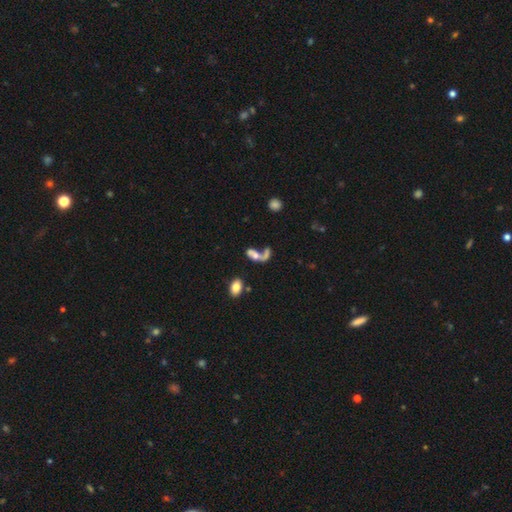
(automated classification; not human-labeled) smooth-or-featured: smooth: 44% | featured or disk: 42% | star or artifact: 14%
  merging: merger: 47% | none: 22% | major disturbance: 21% | minor disturbance: 10%